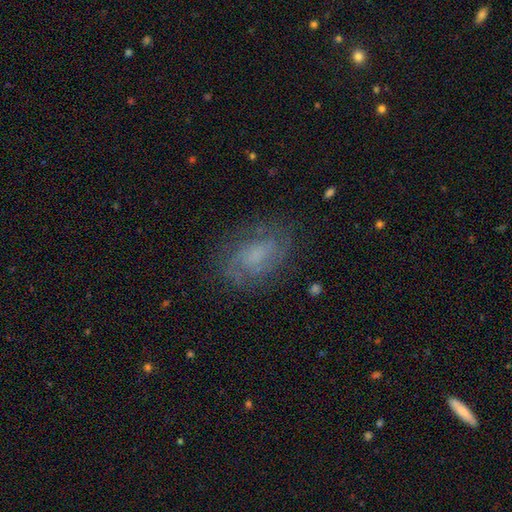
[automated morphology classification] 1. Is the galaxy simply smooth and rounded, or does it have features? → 59% featured or disk, 29% smooth, 11% star or artifact.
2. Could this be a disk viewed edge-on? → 96% no, 4% yes.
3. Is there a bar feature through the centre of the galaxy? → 61% no, 33% weak, 7% strong.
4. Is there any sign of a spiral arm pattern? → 84% yes, 16% no.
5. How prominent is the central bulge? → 45% none, 26% small, 20% moderate, 8% large, 2% dominant.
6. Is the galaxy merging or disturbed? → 73% none, 17% minor disturbance, 9% major disturbance, 1% merger.